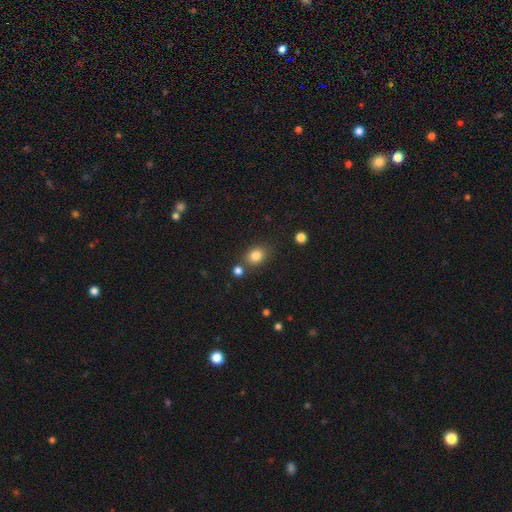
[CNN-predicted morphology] smooth_or_featured: smooth (p=0.83) [alt: star or artifact p=0.11]
how_rounded: round (p=0.57) [alt: in between p=0.42]
merging: none (p=0.72) [alt: minor disturbance p=0.13]